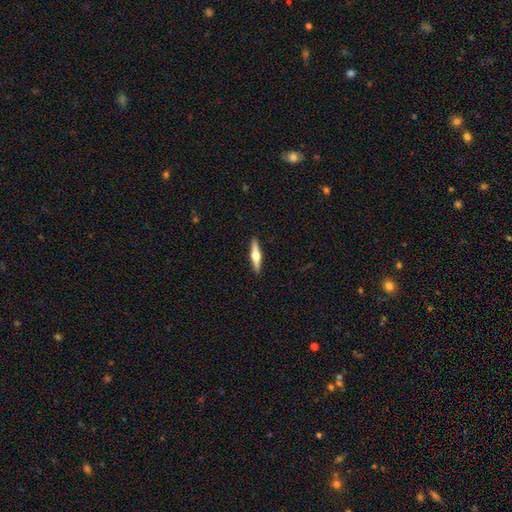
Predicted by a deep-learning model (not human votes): This is likely a featured or disk galaxy (61%). It is clearly viewed edge-on (97%). Edge-on bulge: clearly rounded (95%). Merging: clearly none (91%).